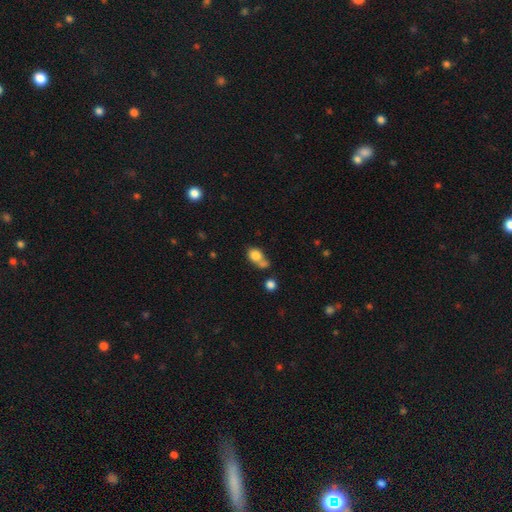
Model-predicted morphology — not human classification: Overall: smooth (80%). How rounded: round (51%; in between 47%). Merging: merger (42%; none 36%).